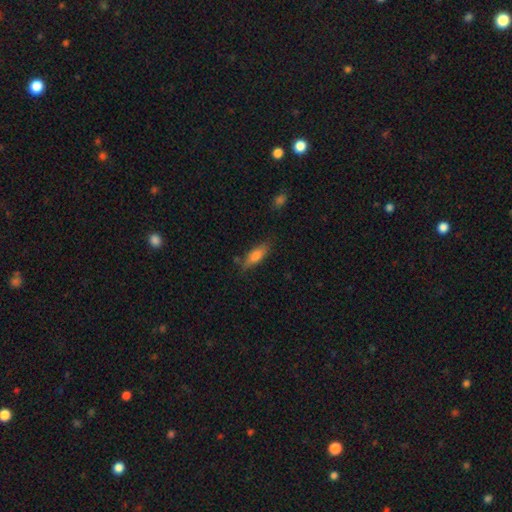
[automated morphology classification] smooth 77%, featured or disk 16%, star or artifact 7%. Down the decision tree: how rounded — in between (61%); merging — none (72%).